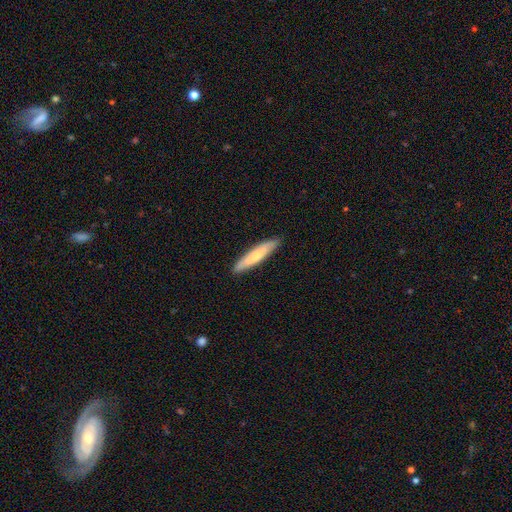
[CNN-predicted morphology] A smooth galaxy with no disk features (69%) that is cigar-shaped (89%). Merging: none (88%).